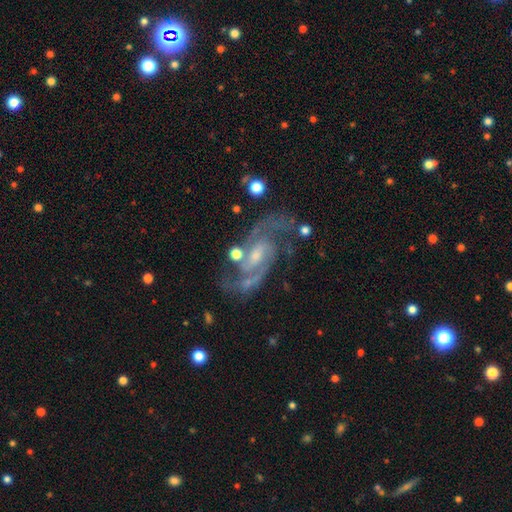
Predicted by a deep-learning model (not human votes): smooth-or-featured: featured or disk: 90% | star or artifact: 6% | smooth: 4%
  disk-edge-on: no: 97% | yes: 3%
    bar: weak: 52% | no: 27% | strong: 20%
    has-spiral-arms: yes: 98% | no: 2%
      spiral-winding: medium: 58% | loose: 23% | tight: 18%
      spiral-arm-count: 2: 89% | can't tell: 3% | 3: 3% | 1: 2% | 4: 1% | more than 4: 1%
    bulge-size: small: 58% | moderate: 28% | none: 10% | large: 2% | dominant: 1%
  merging: none: 65% | minor disturbance: 17% | major disturbance: 10% | merger: 8%